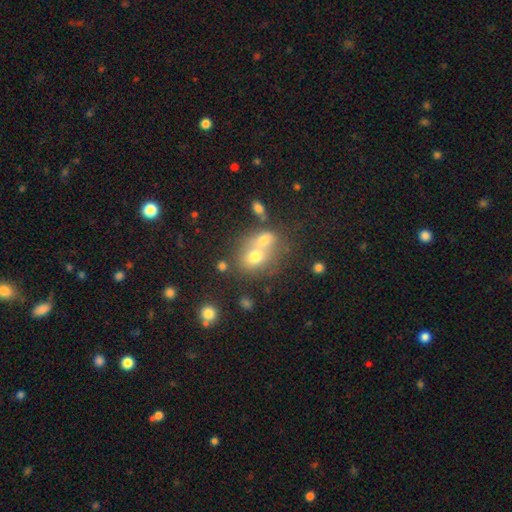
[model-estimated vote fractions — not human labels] The model was most divided on "how rounded": round: 56%, in between: 43%, cigar-shaped: 1%. More confident: smooth or featured — smooth (63%); merging — merger (59%).